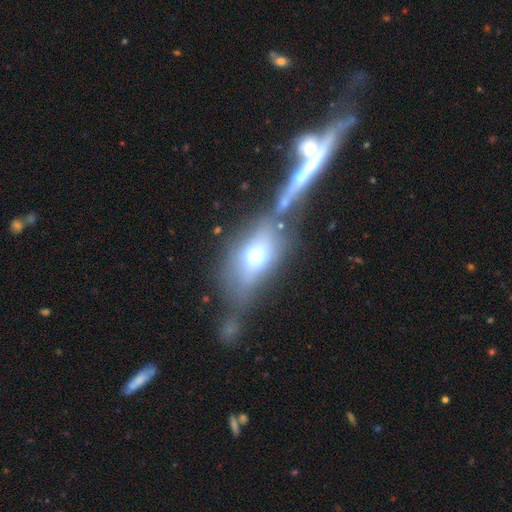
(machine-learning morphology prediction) This appears to be a smooth galaxy with no disk features (54%) that is in between round and cigar-shaped (77%). Merging: none (43%).